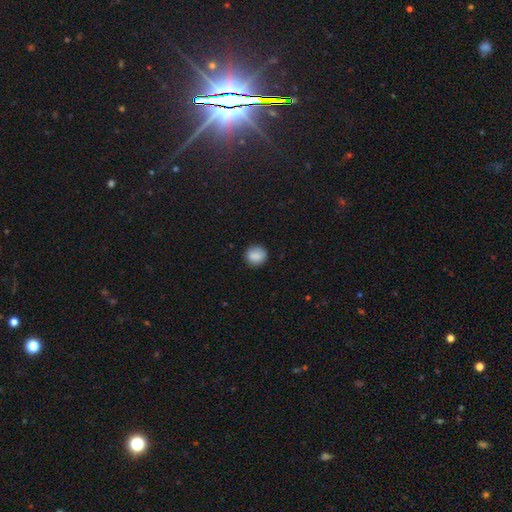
Smooth or featured?
  - smooth: 89% *
  - featured or disk: 5%
  - star or artifact: 5%
How rounded?
  - round: 82% *
  - in between: 18%
  - cigar-shaped: 0%
Merging?
  - none: 89% *
  - minor disturbance: 8%
  - major disturbance: 3%
  - merger: 0%